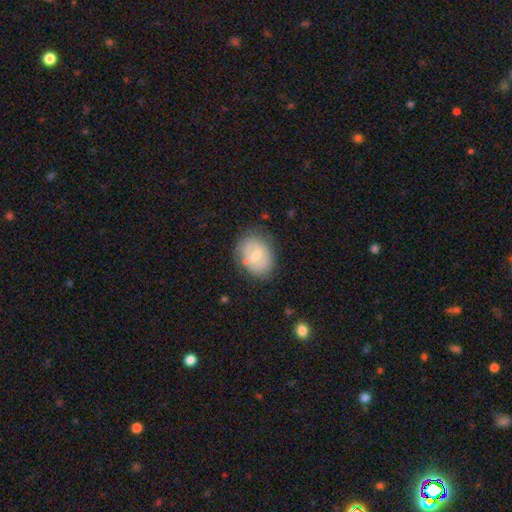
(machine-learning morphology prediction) Smooth or featured: smooth — 47% (featured or disk — 46%)
Merging: none — 73% (minor disturbance — 18%)